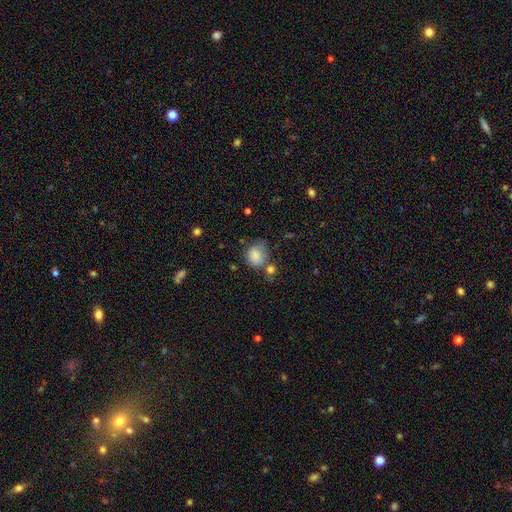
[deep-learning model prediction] smooth_or_featured: smooth (p=0.82) [alt: star or artifact p=0.10]
how_rounded: round (p=0.65) [alt: in between p=0.34]
merging: none (p=0.49) [alt: minor disturbance p=0.25]